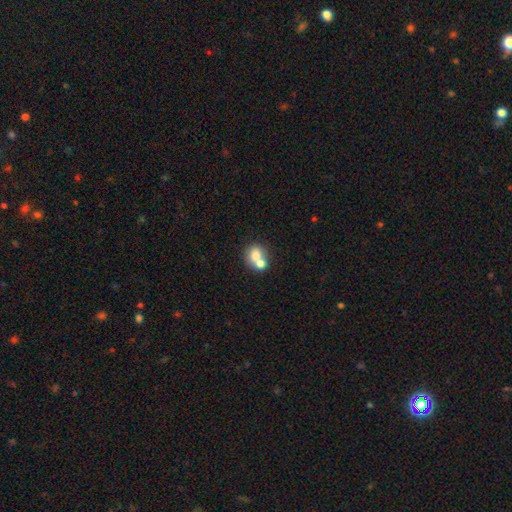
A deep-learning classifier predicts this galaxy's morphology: Q: Smooth or featured?
A: smooth (71%); runner-up: featured or disk (19%)
Q: How rounded?
A: round (66%); runner-up: in between (34%)
Q: Merging?
A: merger (59%); runner-up: none (31%)